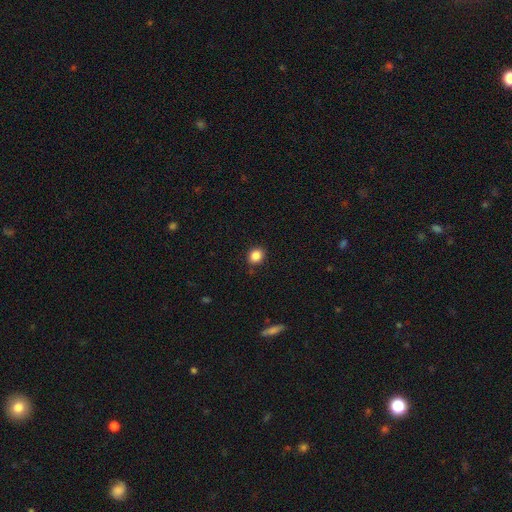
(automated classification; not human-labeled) A smooth galaxy with no disk features (86%) that is round (61%). Merging: none (87%).